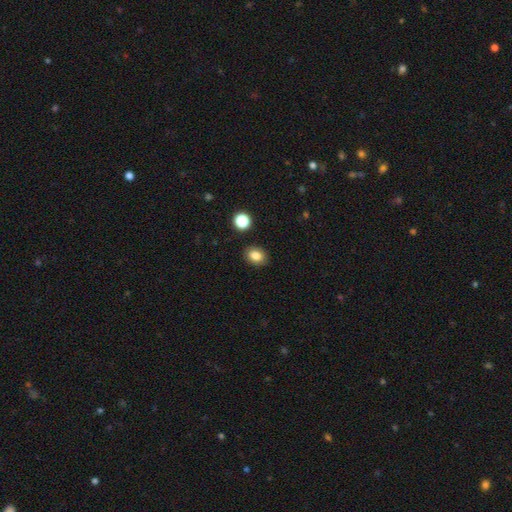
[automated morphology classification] A smooth galaxy with no disk features (83%) that is in between round and cigar-shaped (58%).

Vote fractions:
- Smooth or featured? smooth: 83% / star or artifact: 10% / featured or disk: 7%
- How rounded? in between: 58% / round: 41% / cigar-shaped: 1%
- Merging? none: 88% / minor disturbance: 8% / major disturbance: 2% / merger: 2%